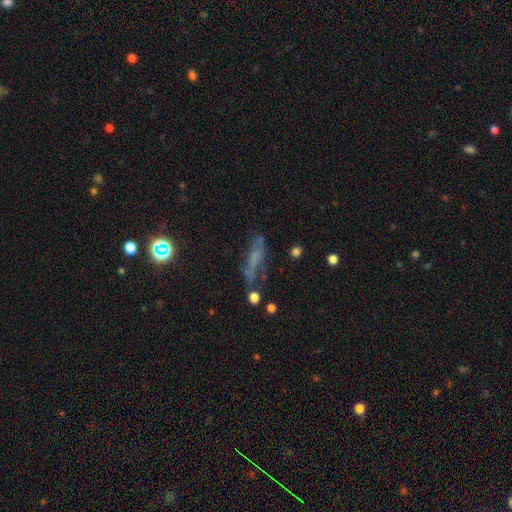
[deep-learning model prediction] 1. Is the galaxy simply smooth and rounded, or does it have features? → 43% featured or disk, 33% smooth, 24% star or artifact.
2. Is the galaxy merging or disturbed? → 50% none, 22% minor disturbance, 21% major disturbance, 7% merger.